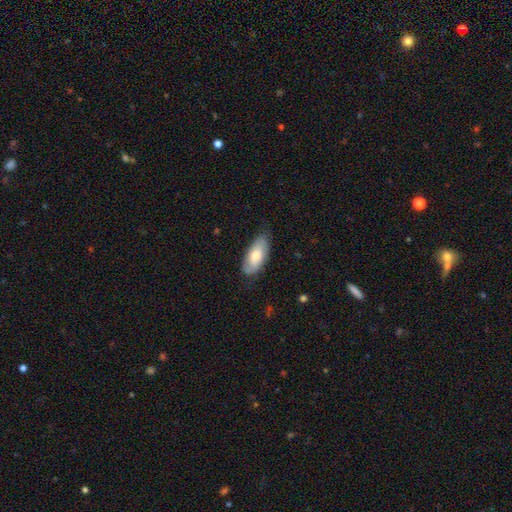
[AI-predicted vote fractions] smooth_or_featured: smooth (p=0.60) [alt: featured or disk p=0.34]
how_rounded: in between (p=0.88) [alt: cigar-shaped p=0.10]
merging: none (p=0.72) [alt: minor disturbance p=0.23]